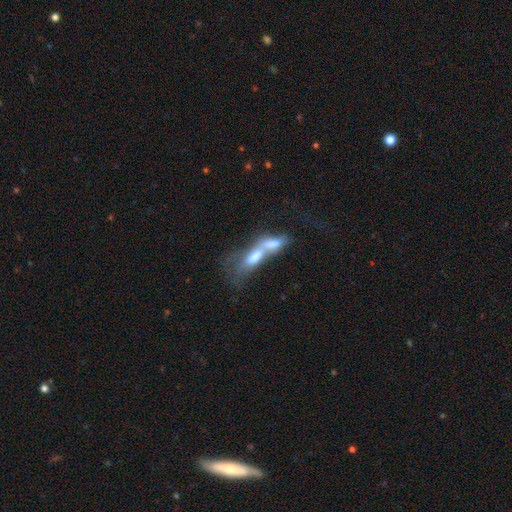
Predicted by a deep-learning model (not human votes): Smooth or featured?
  - smooth: 48% *
  - featured or disk: 42%
  - star or artifact: 10%
Merging?
  - merger: 73% *
  - major disturbance: 11%
  - none: 10%
  - minor disturbance: 6%